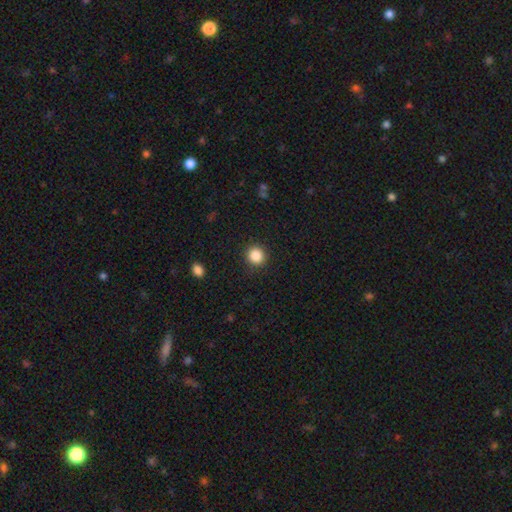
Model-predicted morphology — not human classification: type=smooth (86%); roundness=round (92%); merging=none (91%).